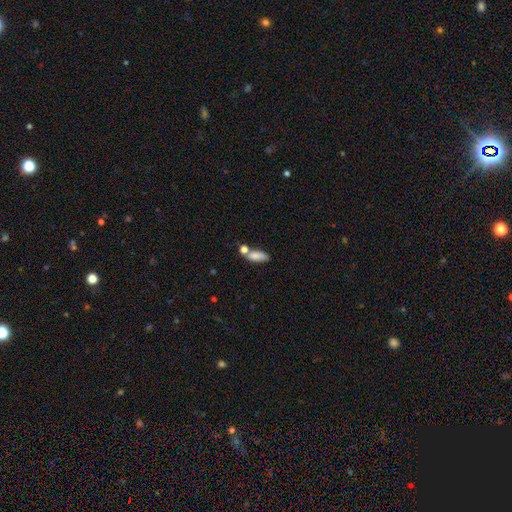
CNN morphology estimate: Smooth or featured? smooth (82%)
How rounded? in between (75%)
Merging? none (49%)